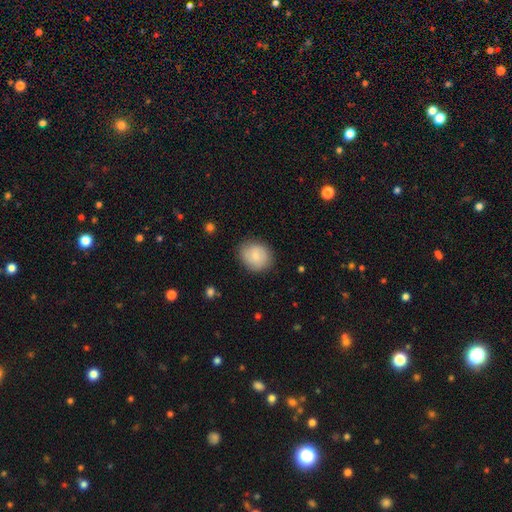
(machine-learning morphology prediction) Smooth or featured: smooth — 74% (featured or disk — 20%)
How rounded: round — 64% (in between — 35%)
Merging: none — 83% (minor disturbance — 13%)